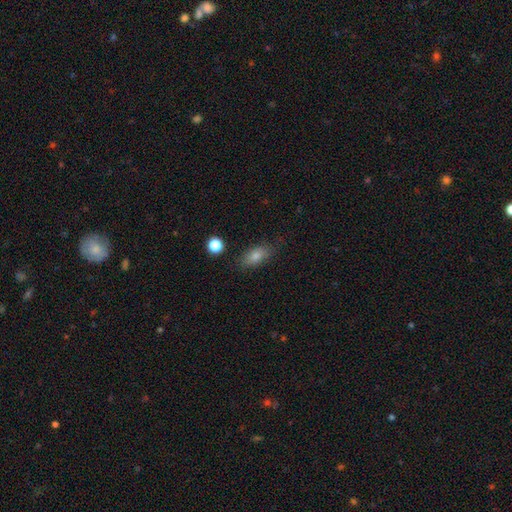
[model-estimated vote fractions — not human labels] Smooth or featured? Predicted: smooth (p=0.74). How rounded? Predicted: in between (p=0.80). Merging? Predicted: none (p=0.81).